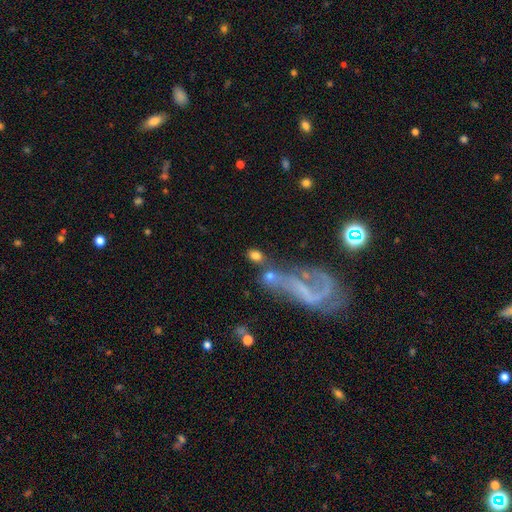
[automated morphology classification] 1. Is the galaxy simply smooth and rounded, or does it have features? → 74% smooth, 14% featured or disk, 11% star or artifact.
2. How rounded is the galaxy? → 64% in between, 30% round, 5% cigar-shaped.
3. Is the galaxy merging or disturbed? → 51% none, 26% merger, 13% minor disturbance, 10% major disturbance.